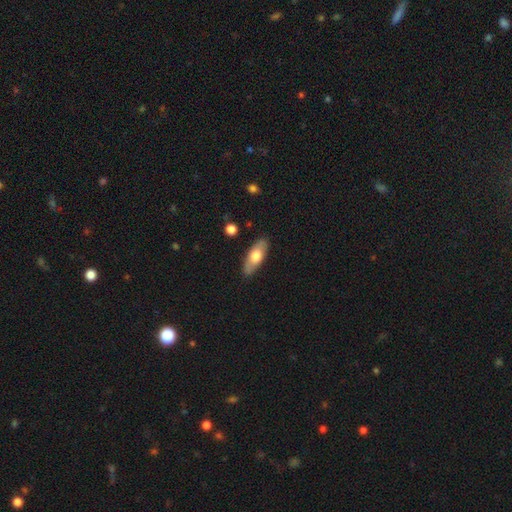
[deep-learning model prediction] Morphology: type=smooth (59%); roundness=in between (74%); merging=none (83%).